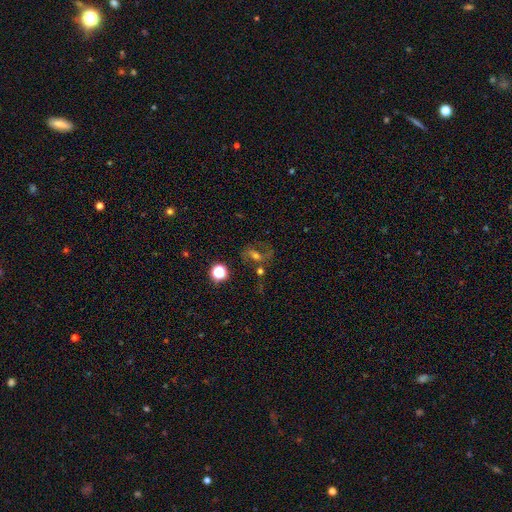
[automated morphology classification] The model was most divided on "smooth or featured": featured or disk: 48%, smooth: 28%, star or artifact: 24%. More confident: merging — none (51%).